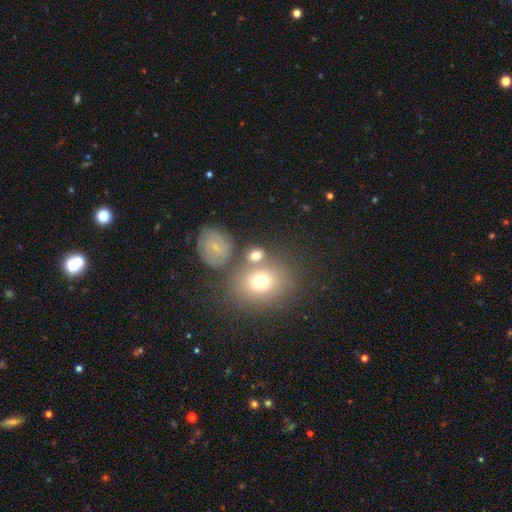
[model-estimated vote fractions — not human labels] Smooth or featured?
  - smooth: 63% *
  - featured or disk: 24%
  - star or artifact: 13%
How rounded?
  - round: 50% *
  - in between: 48%
  - cigar-shaped: 2%
Merging?
  - none: 60% *
  - merger: 22%
  - minor disturbance: 13%
  - major disturbance: 6%